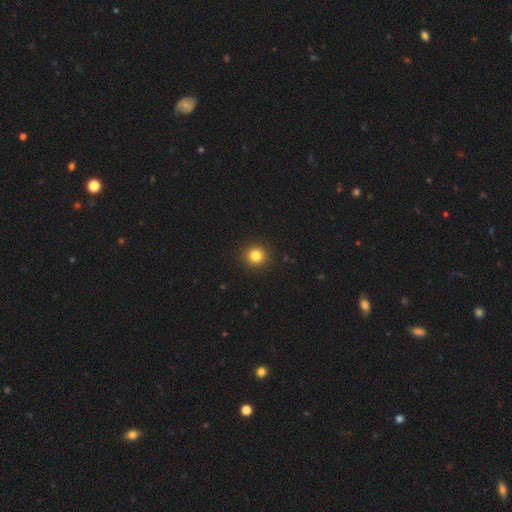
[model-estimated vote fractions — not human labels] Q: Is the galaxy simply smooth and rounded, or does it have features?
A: smooth — 83%.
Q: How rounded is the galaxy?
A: round — 93%.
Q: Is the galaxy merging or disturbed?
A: none — 93%.